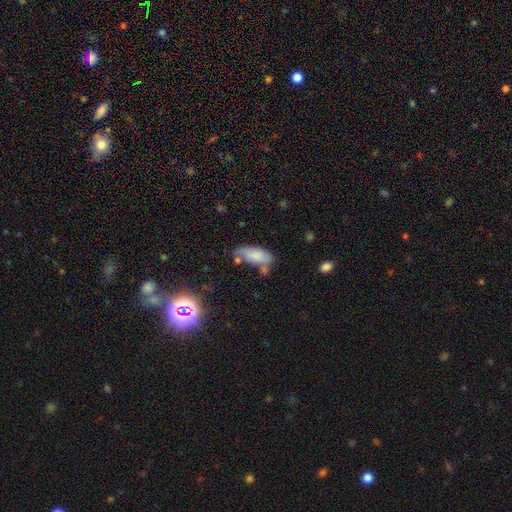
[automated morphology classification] Smooth or featured?
  - smooth: 78% *
  - featured or disk: 14%
  - star or artifact: 8%
How rounded?
  - in between: 84% *
  - cigar-shaped: 14%
  - round: 2%
Merging?
  - none: 48% *
  - minor disturbance: 27%
  - merger: 15%
  - major disturbance: 9%